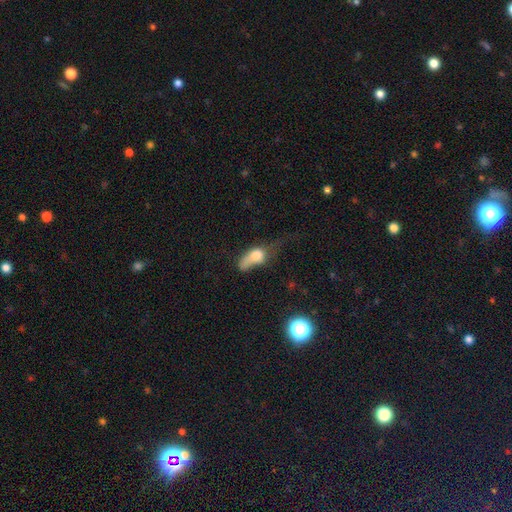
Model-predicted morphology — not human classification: smooth-or-featured: smooth: 65% | featured or disk: 24% | star or artifact: 11%
  how-rounded: in between: 68% | round: 18% | cigar-shaped: 14%
  merging: major disturbance: 47% | minor disturbance: 21% | none: 18% | merger: 13%